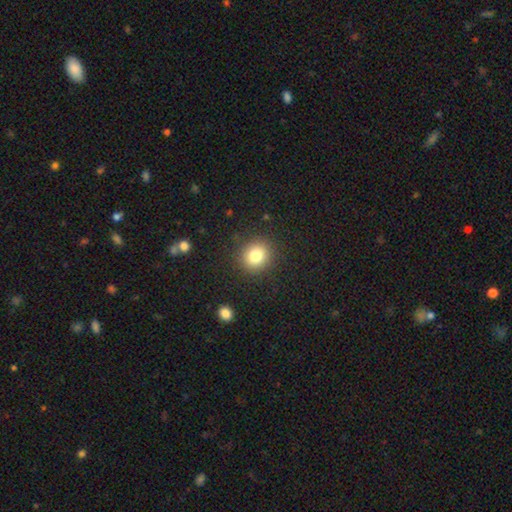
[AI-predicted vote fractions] smooth-or-featured: smooth: 80% | star or artifact: 12% | featured or disk: 8%
  how-rounded: round: 85% | in between: 14% | cigar-shaped: 1%
  merging: none: 89% | minor disturbance: 7% | major disturbance: 3% | merger: 1%